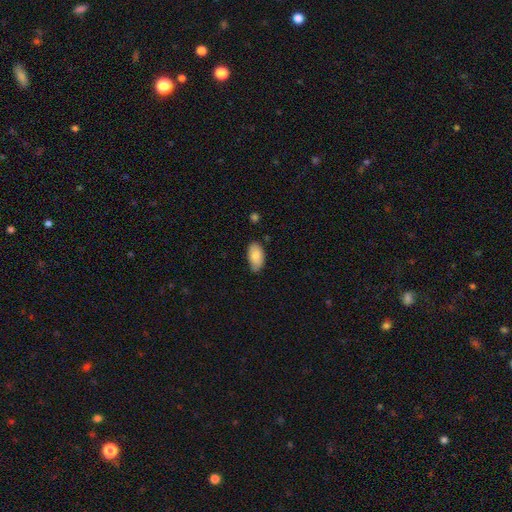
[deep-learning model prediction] Smooth or featured? Predicted: smooth (p=0.83). How rounded? Predicted: in between (p=0.94). Merging? Predicted: none (p=0.67).